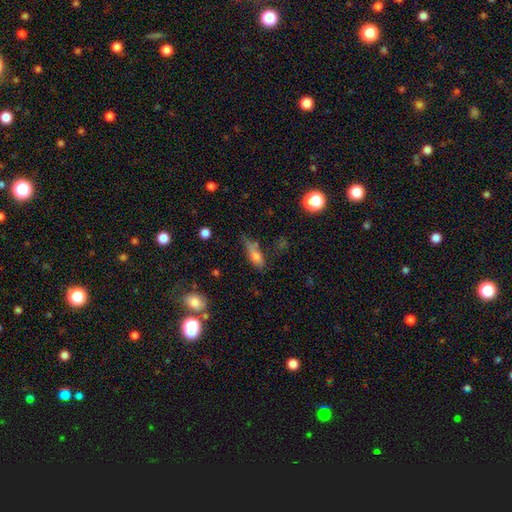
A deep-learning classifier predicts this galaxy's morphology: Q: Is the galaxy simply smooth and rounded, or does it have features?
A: smooth — 68%.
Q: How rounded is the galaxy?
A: in between — 53%.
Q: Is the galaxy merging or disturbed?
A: none — 45%.